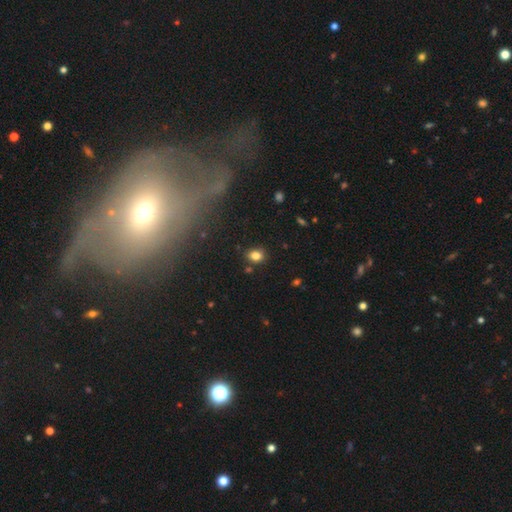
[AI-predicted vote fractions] Q: Smooth or featured?
A: smooth (82%); runner-up: star or artifact (12%)
Q: How rounded?
A: in between (53%); runner-up: round (46%)
Q: Merging?
A: none (83%); runner-up: minor disturbance (11%)